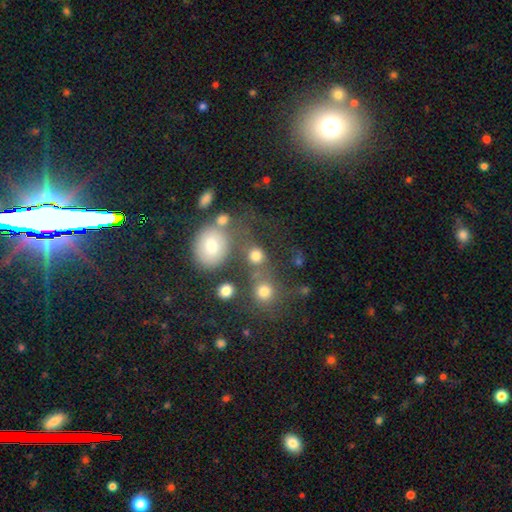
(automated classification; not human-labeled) The model was most divided on "merging": none: 51%, merger: 26%, minor disturbance: 12%, major disturbance: 11%. More confident: smooth or featured — smooth (77%); how rounded — round (75%).